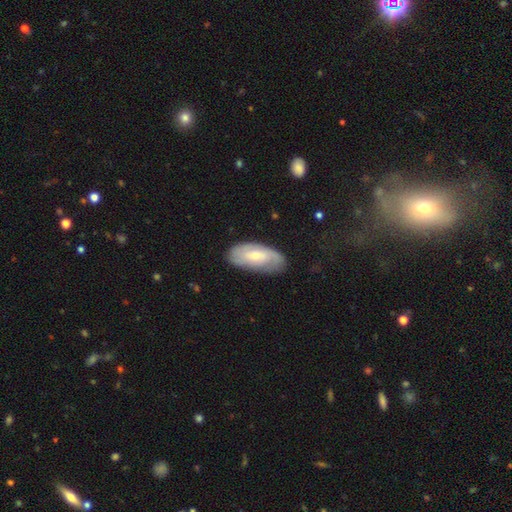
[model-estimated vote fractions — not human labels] Smooth or featured: featured or disk — 52% (smooth — 42%)
Edge-on disk: no — 90% (yes — 10%)
Merging: none — 75% (minor disturbance — 18%)